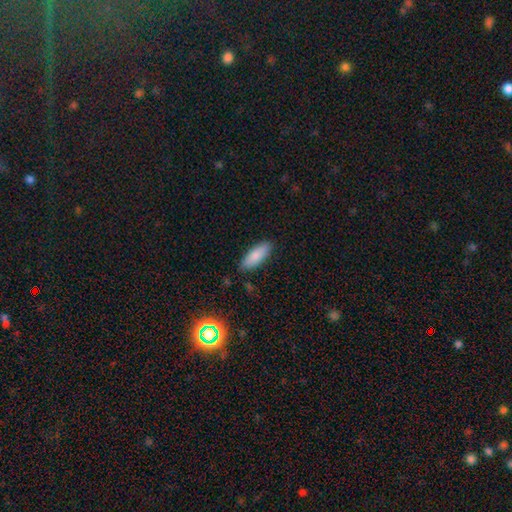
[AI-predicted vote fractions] Morphology: type=smooth (86%); roundness=in between (72%); merging=none (85%).